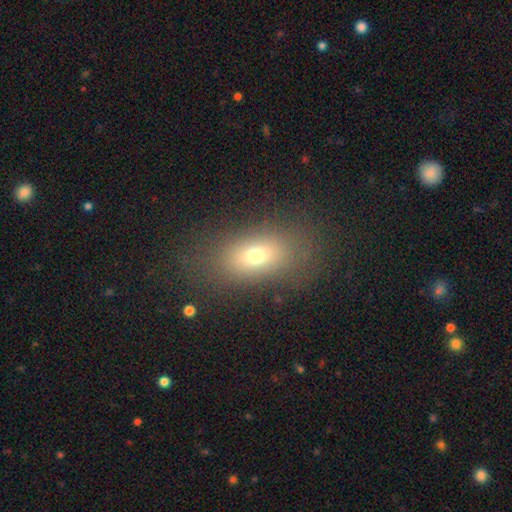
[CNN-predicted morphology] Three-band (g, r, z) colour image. It shows a smooth galaxy with no disk features (69%) that is in between round and cigar-shaped (79%). Merging: none (80%).